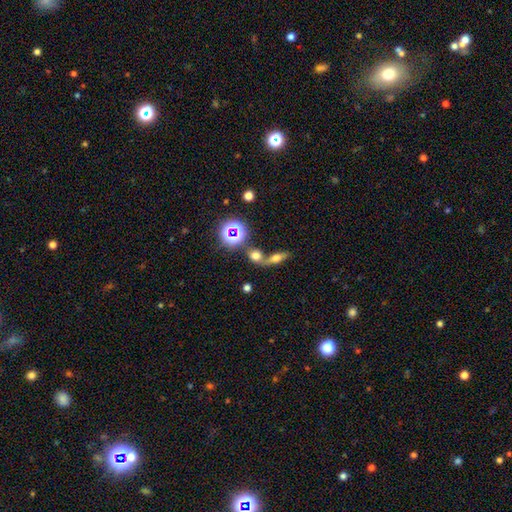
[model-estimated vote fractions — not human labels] smooth_or_featured: smooth (p=0.58) [alt: star or artifact p=0.23]
how_rounded: round (p=0.52) [alt: in between p=0.38]
merging: merger (p=0.46) [alt: none p=0.41]